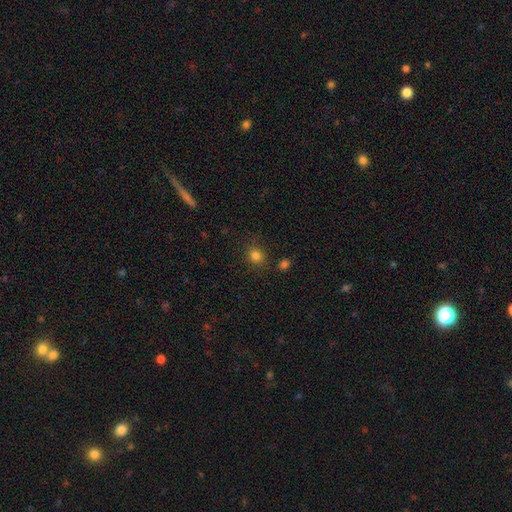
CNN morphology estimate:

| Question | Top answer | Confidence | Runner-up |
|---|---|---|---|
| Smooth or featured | smooth | 81% | star or artifact (14%) |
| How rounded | round | 77% | in between (22%) |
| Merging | none | 82% | minor disturbance (10%) |